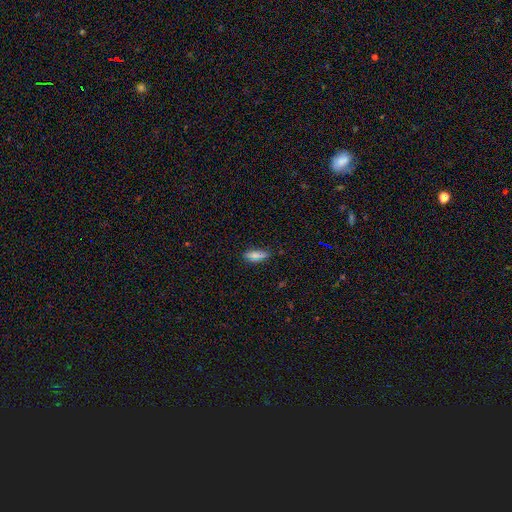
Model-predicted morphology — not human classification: Q: Smooth or featured?
A: smooth (68%); runner-up: star or artifact (20%)
Q: How rounded?
A: in between (66%); runner-up: cigar-shaped (28%)
Q: Merging?
A: none (83%); runner-up: minor disturbance (13%)